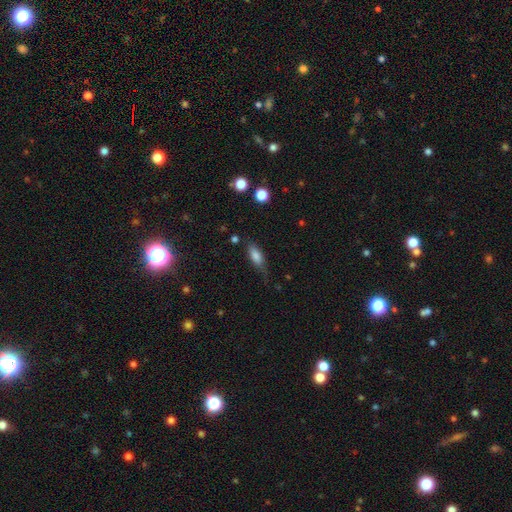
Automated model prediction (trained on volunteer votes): Smooth or featured?
  - smooth: 77% *
  - featured or disk: 15%
  - star or artifact: 8%
How rounded?
  - in between: 70% *
  - cigar-shaped: 27%
  - round: 3%
Merging?
  - none: 59% *
  - minor disturbance: 29%
  - major disturbance: 10%
  - merger: 2%